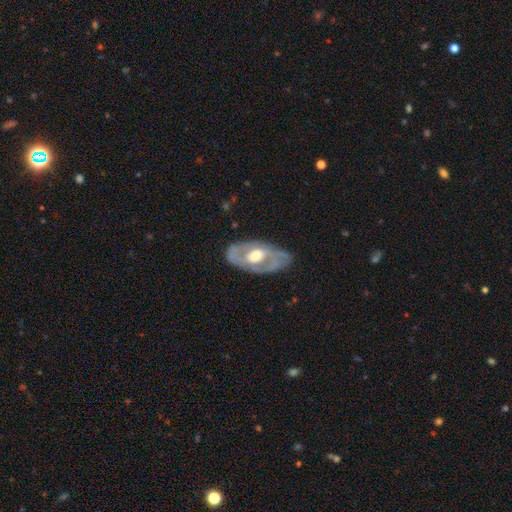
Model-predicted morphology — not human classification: Smooth or featured: featured or disk — 74% (smooth — 22%)
Edge-on disk: no — 90% (yes — 10%)
Bar: no — 67% (weak — 25%)
Spiral arms: yes — 55% (no — 45%)
Bulge size: moderate — 58% (large — 31%)
Merging: none — 71% (minor disturbance — 20%)